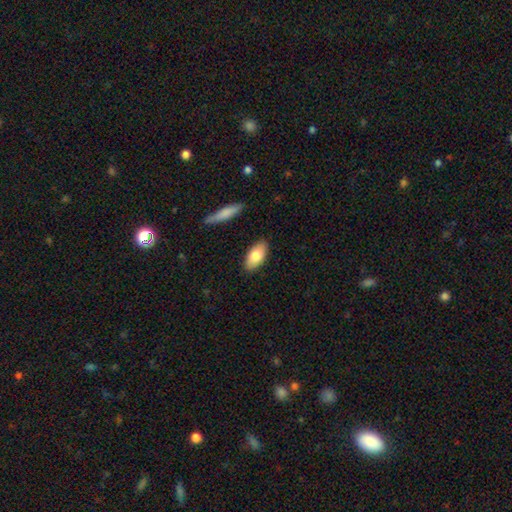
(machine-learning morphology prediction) This is likely a smooth galaxy (79%). How rounded: clearly in between (89%). Merging: clearly none (87%).